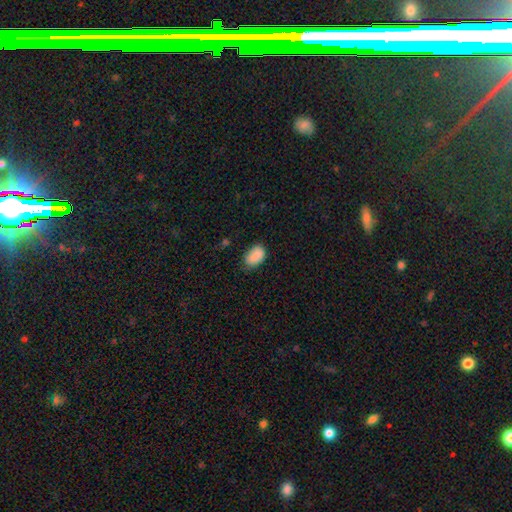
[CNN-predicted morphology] This appears to be a smooth galaxy with no disk features (87%) that is in between round and cigar-shaped (91%). Merging: none (64%).